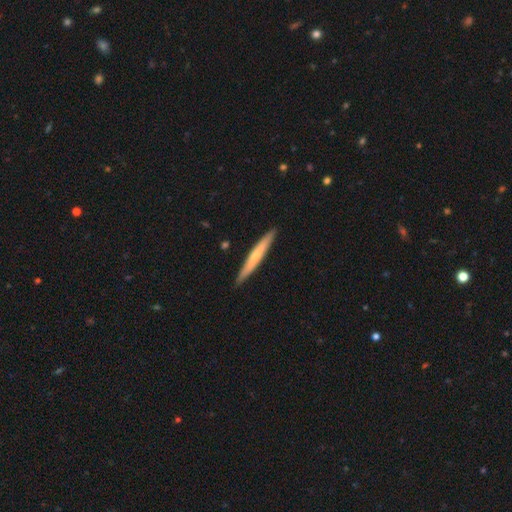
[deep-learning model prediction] Smooth or featured?
  - smooth: 50% *
  - featured or disk: 44%
  - star or artifact: 5%
How rounded?
  - cigar-shaped: 96% *
  - in between: 3%
  - round: 1%
Merging?
  - none: 91% *
  - minor disturbance: 7%
  - major disturbance: 1%
  - merger: 1%